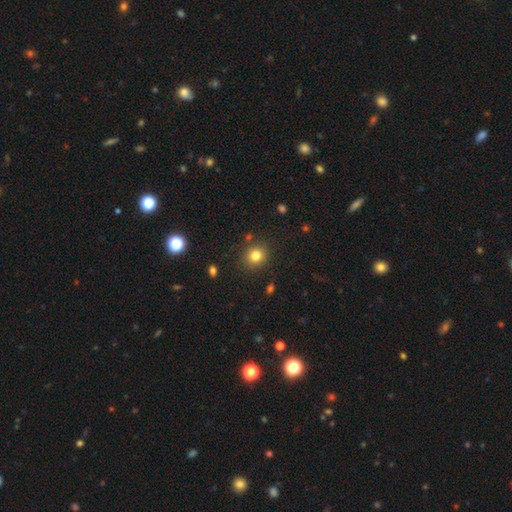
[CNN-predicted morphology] This appears to be a smooth galaxy with no disk features (81%) that is round (85%). Merging: none (86%).